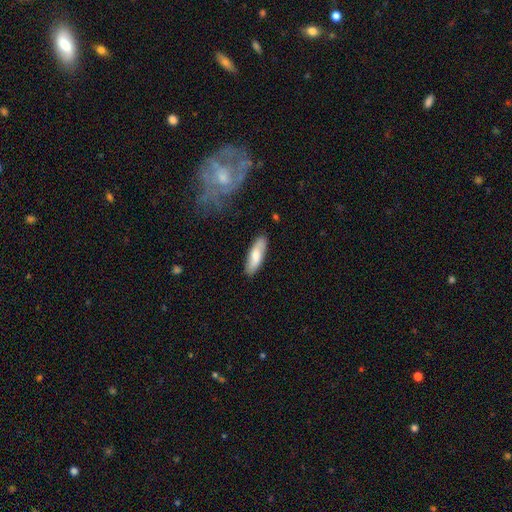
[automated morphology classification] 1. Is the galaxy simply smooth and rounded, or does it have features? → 74% smooth, 20% featured or disk, 6% star or artifact.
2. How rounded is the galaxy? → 53% in between, 46% cigar-shaped, 2% round.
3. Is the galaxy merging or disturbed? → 86% none, 10% minor disturbance, 2% major disturbance, 1% merger.